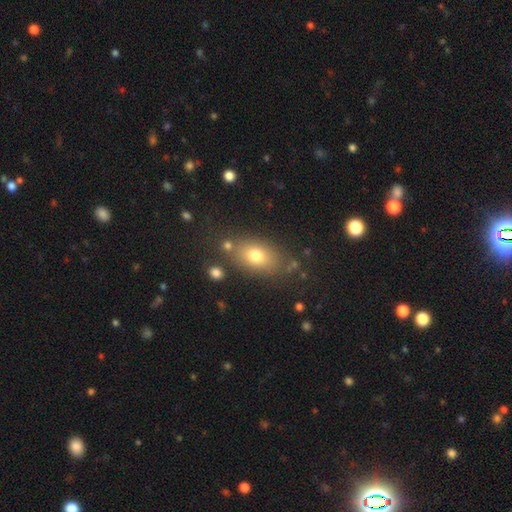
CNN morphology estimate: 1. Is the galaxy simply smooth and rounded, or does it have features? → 76% smooth, 14% featured or disk, 11% star or artifact.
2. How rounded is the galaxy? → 81% in between, 17% round, 2% cigar-shaped.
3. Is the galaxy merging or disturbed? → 74% none, 13% minor disturbance, 7% merger, 5% major disturbance.